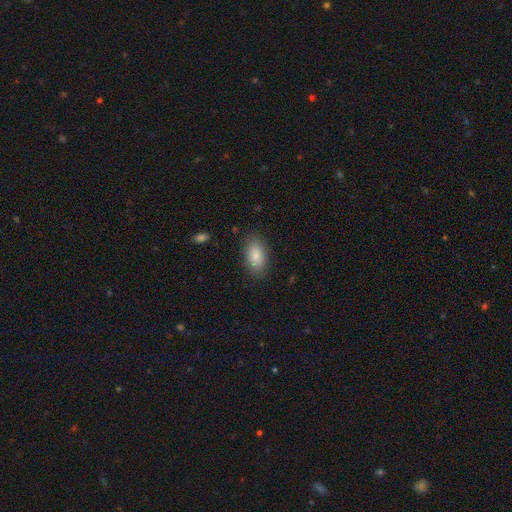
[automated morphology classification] This appears to be a smooth galaxy with no disk features (85%) that is in between round and cigar-shaped (92%). Merging: none (85%).